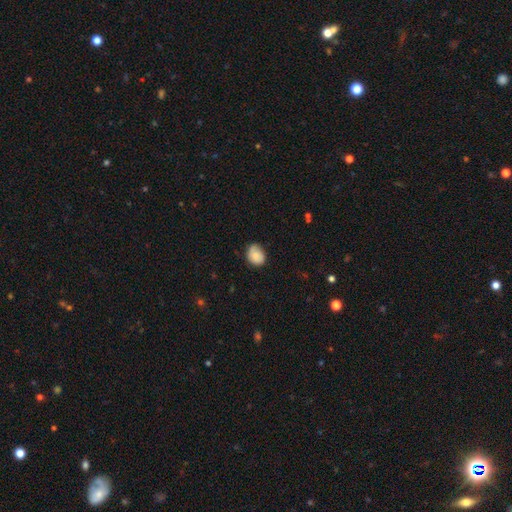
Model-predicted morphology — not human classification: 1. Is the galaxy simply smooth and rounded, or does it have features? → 78% smooth, 14% featured or disk, 8% star or artifact.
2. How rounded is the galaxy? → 50% round (tied), 50% in between (tied), 1% cigar-shaped.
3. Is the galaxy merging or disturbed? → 61% none, 31% minor disturbance, 7% major disturbance, 2% merger.